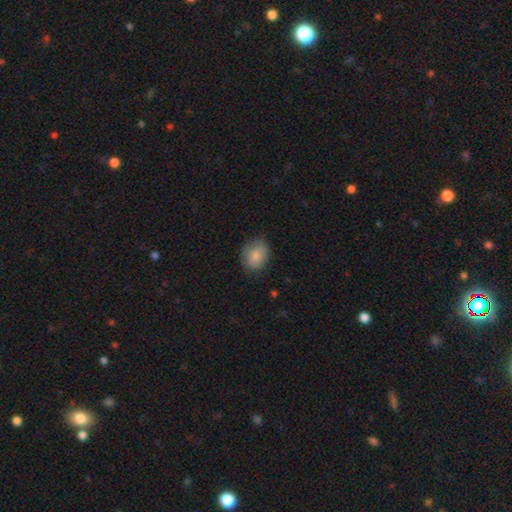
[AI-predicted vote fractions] Overall: smooth (84%). How rounded: in between (56%; round 43%). Merging: none (78%).